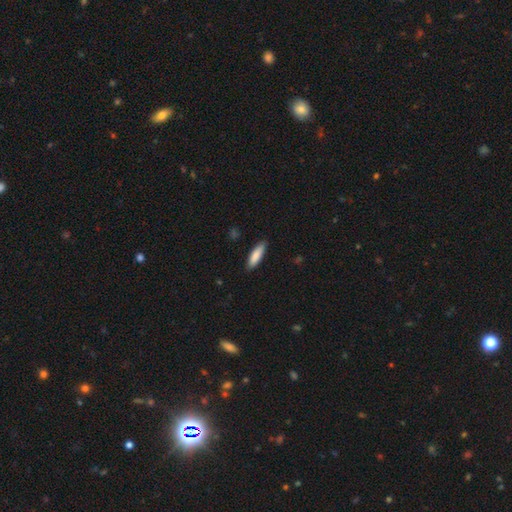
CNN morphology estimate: A smooth galaxy with no disk features (87%) that is cigar-shaped (55%).

Vote fractions:
- Smooth or featured? smooth: 87% / featured or disk: 8% / star or artifact: 5%
- How rounded? cigar-shaped: 55% / in between: 43% / round: 1%
- Merging? none: 85% / minor disturbance: 12% / major disturbance: 2% / merger: 1%